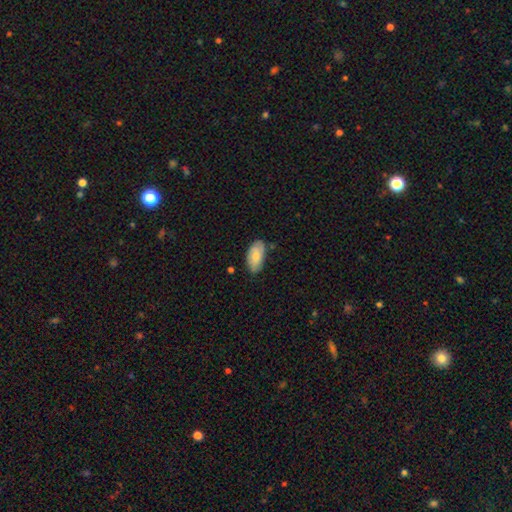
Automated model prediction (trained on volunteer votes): Smooth or featured? Predicted: smooth (p=0.76). How rounded? Predicted: in between (p=0.94). Merging? Predicted: none (p=0.70).